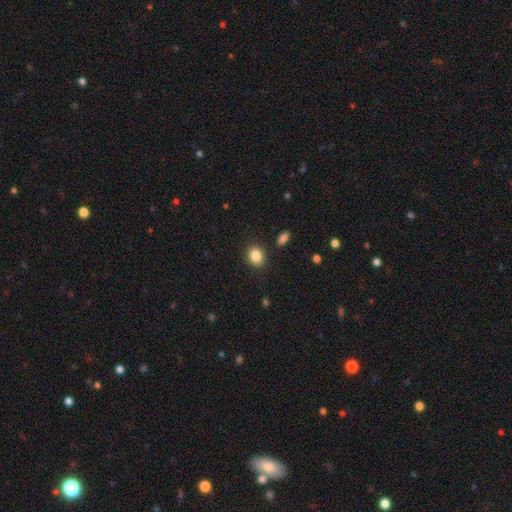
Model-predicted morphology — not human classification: type=smooth (86%); roundness=round (58%); merging=none (88%).